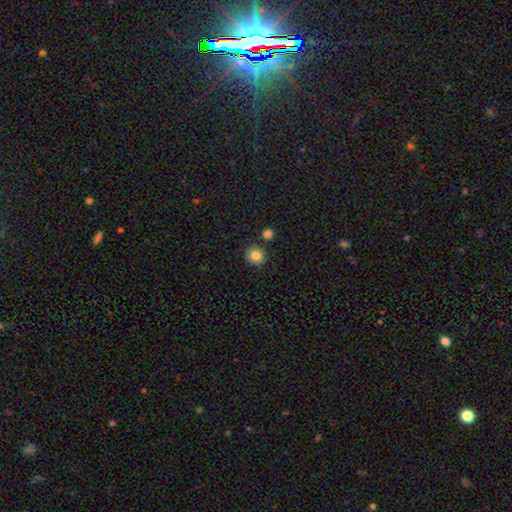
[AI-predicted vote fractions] The model was most divided on "smooth or featured": smooth: 84%, star or artifact: 10%, featured or disk: 6%. More confident: how rounded — round (92%); merging — none (85%).